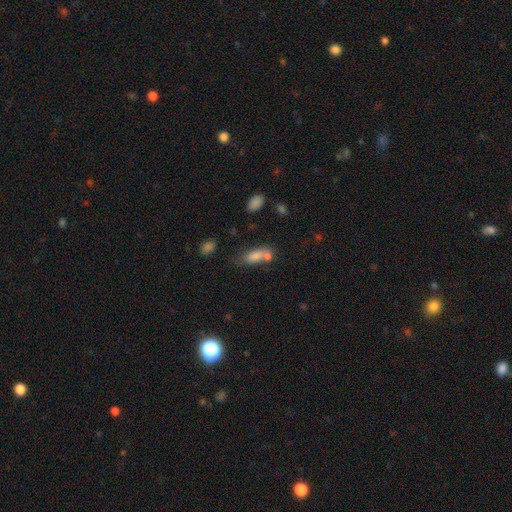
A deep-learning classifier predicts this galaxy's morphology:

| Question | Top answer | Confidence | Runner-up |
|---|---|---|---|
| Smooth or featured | smooth | 78% | featured or disk (12%) |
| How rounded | in between | 73% | cigar-shaped (22%) |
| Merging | merger | 40% | none (35%) |